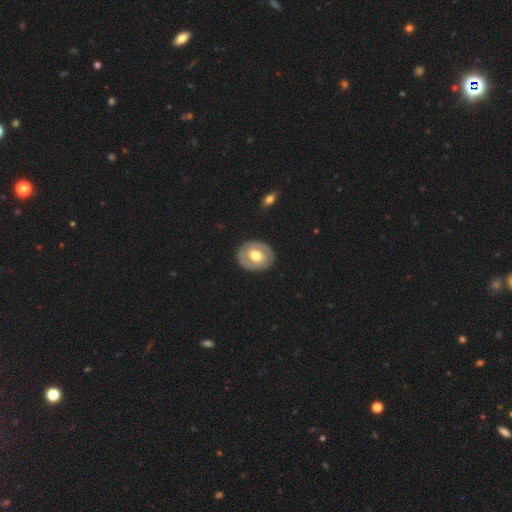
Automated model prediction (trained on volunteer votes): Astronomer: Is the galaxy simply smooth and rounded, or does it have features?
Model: smooth — 48% (runner-up: featured or disk, 47%).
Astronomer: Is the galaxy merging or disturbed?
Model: none — 86%.